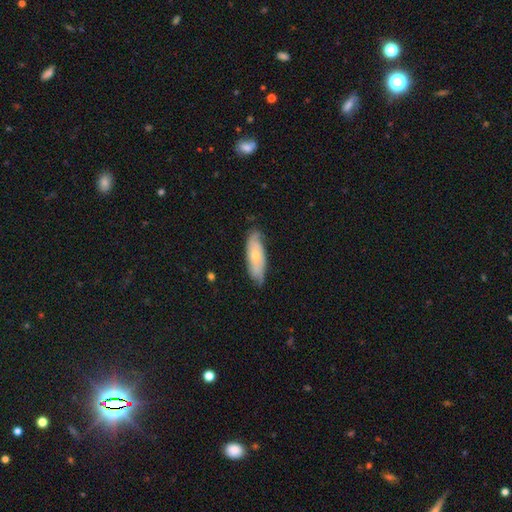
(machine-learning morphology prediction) This is possibly a featured or disk galaxy (53%). It is likely not viewed edge-on (78%). Merging: likely none (73%).